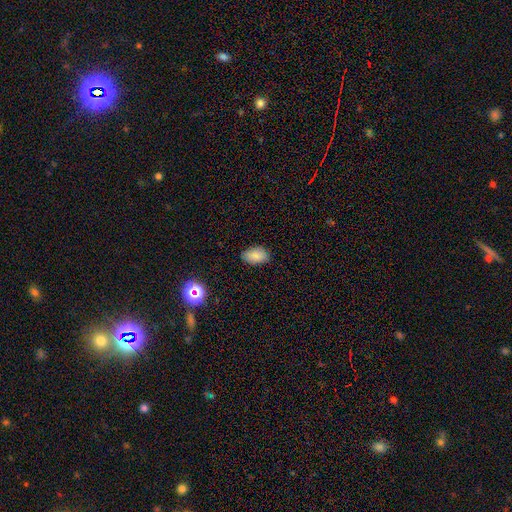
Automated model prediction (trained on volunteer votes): Q: Smooth or featured?
A: smooth (86%); runner-up: star or artifact (9%)
Q: How rounded?
A: in between (91%); runner-up: round (7%)
Q: Merging?
A: none (83%); runner-up: minor disturbance (13%)